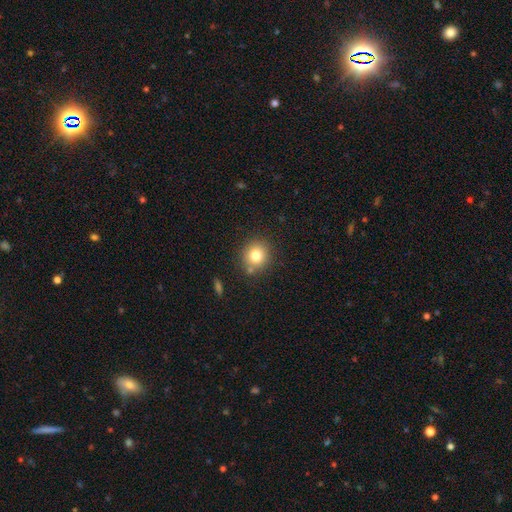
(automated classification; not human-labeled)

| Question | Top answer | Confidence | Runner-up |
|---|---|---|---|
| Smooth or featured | smooth | 79% | star or artifact (12%) |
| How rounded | round | 88% | in between (12%) |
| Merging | none | 80% | minor disturbance (10%) |